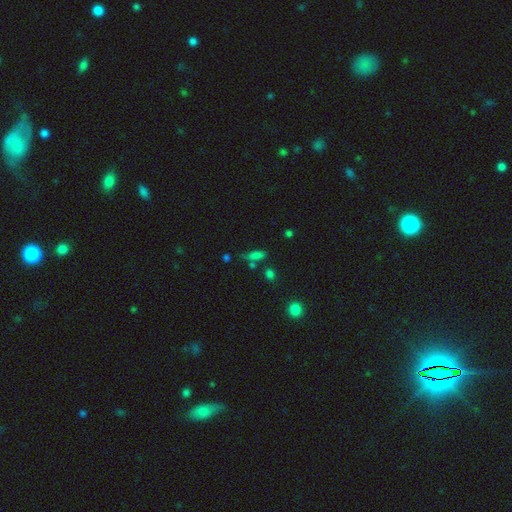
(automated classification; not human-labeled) Smooth or featured? smooth (70%)
How rounded? in between (53%)
Merging? none (58%)